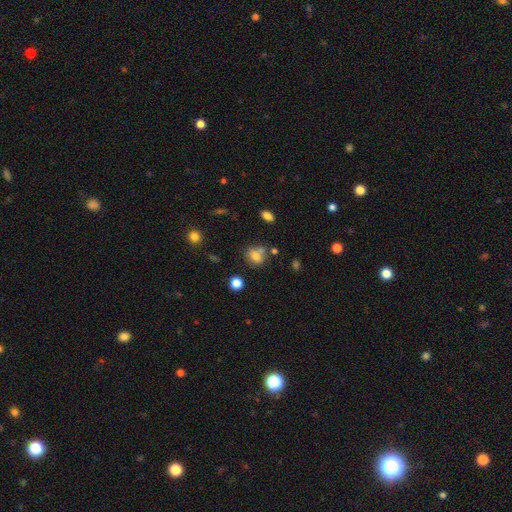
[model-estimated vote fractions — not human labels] Smooth or featured: smooth — 73% (featured or disk — 14%)
How rounded: round — 60% (in between — 39%)
Merging: none — 58% (merger — 22%)